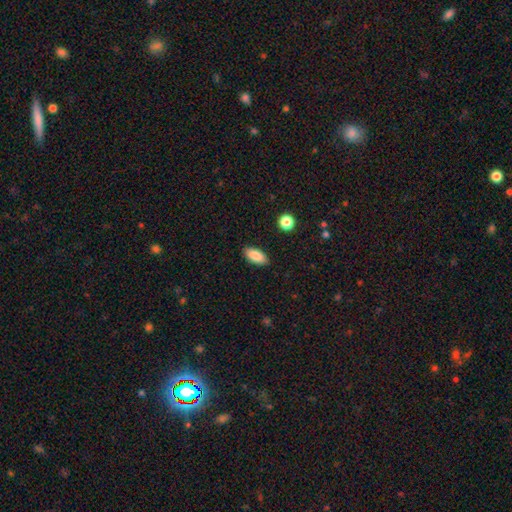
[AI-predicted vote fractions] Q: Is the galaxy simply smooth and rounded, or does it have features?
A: smooth — 87%.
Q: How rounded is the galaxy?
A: in between — 90%.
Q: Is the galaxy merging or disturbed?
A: none — 88%.